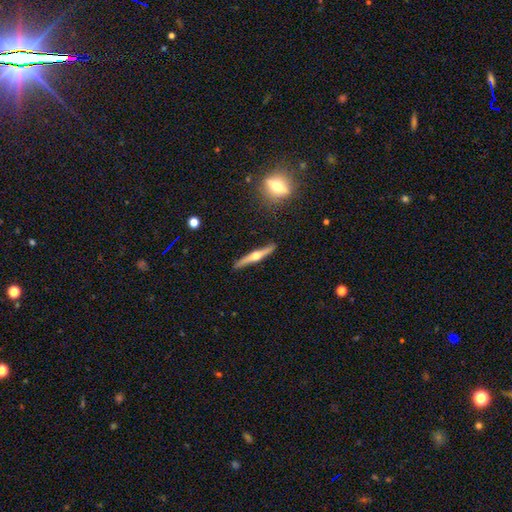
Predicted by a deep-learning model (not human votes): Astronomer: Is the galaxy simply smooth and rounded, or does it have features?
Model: featured or disk — 71%.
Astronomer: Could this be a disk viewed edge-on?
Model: yes — 97%.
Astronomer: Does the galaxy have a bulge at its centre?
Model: rounded — 94%.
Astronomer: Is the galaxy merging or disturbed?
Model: none — 89%.